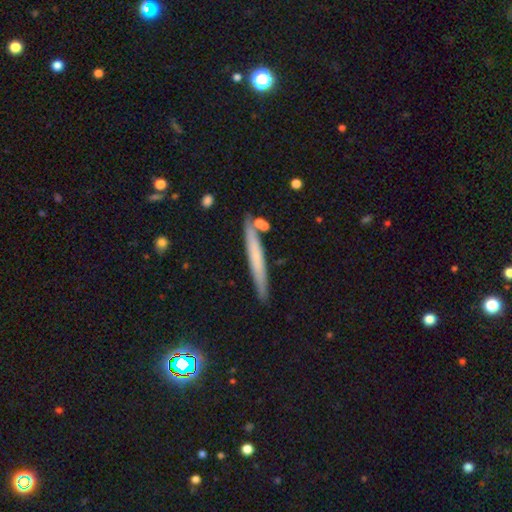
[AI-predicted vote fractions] smooth-or-featured: smooth: 53% | featured or disk: 39% | star or artifact: 9%
  how-rounded: cigar-shaped: 96% | in between: 3% | round: 1%
  merging: none: 83% | minor disturbance: 11% | merger: 5% | major disturbance: 2%